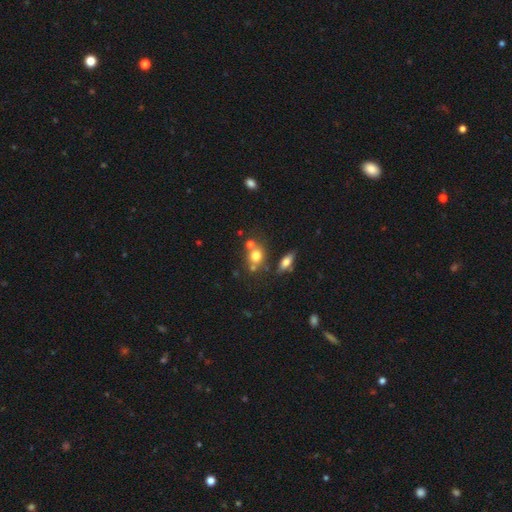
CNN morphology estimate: The model was most divided on "merging": none: 53%, merger: 30%, minor disturbance: 12%, major disturbance: 5%. More confident: smooth or featured — smooth (70%); how rounded — round (67%).